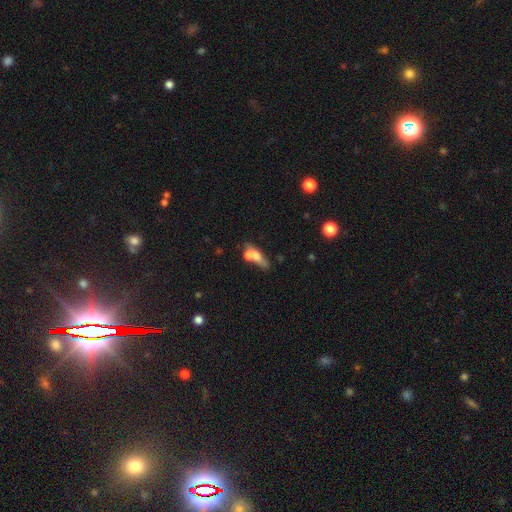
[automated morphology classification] smooth_or_featured: smooth (p=0.59) [alt: featured or disk p=0.32]
how_rounded: in between (p=0.55) [alt: cigar-shaped p=0.33]
merging: merger (p=0.47) [alt: none p=0.31]